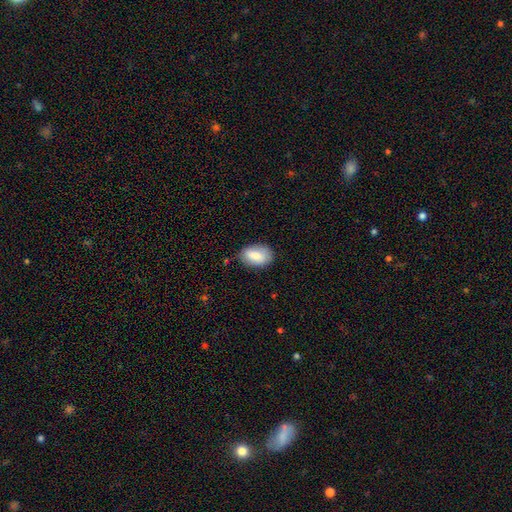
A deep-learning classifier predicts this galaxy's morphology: A smooth galaxy with no disk features (81%) that is in between round and cigar-shaped (89%).

Vote fractions:
- Smooth or featured? smooth: 81% / featured or disk: 12% / star or artifact: 7%
- How rounded? in between: 89% / round: 9% / cigar-shaped: 2%
- Merging? none: 78% / minor disturbance: 17% / major disturbance: 4% / merger: 2%